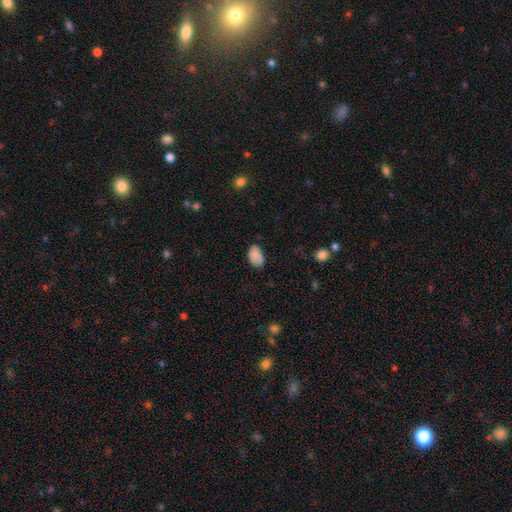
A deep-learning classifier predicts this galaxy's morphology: This appears to be a smooth galaxy with no disk features (86%) that is in between round and cigar-shaped (91%). Merging: none (69%).